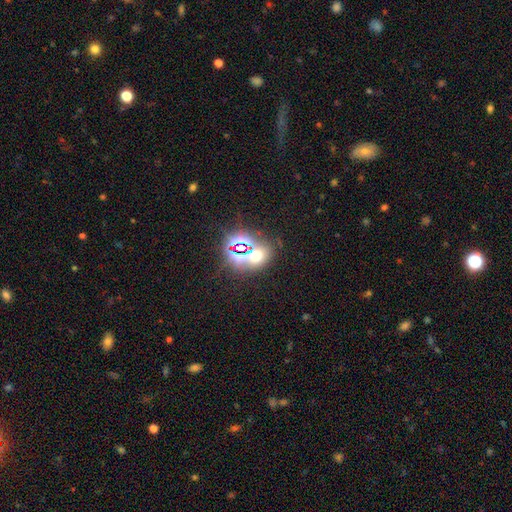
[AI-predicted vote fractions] Smooth or featured?
  - star or artifact: 48% *
  - smooth: 41%
  - featured or disk: 11%